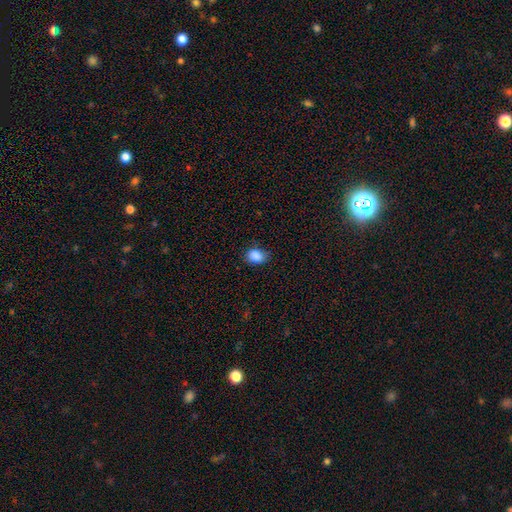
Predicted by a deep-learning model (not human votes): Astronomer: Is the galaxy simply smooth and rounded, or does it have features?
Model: smooth — 88%.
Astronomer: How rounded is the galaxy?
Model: in between — 66%.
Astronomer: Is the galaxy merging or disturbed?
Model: none — 72%.